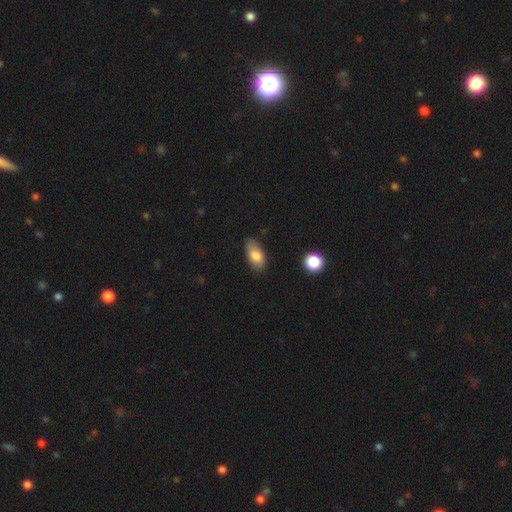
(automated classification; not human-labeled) Smooth or featured? Predicted: smooth (p=0.81). How rounded? Predicted: in between (p=0.91). Merging? Predicted: none (p=0.75).